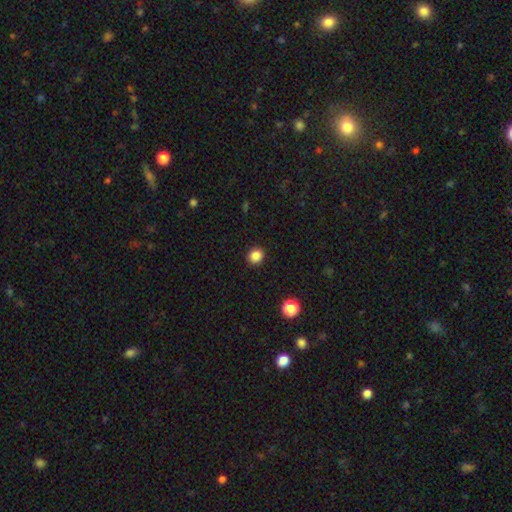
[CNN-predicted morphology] type=smooth (85%); roundness=round (85%); merging=none (92%).